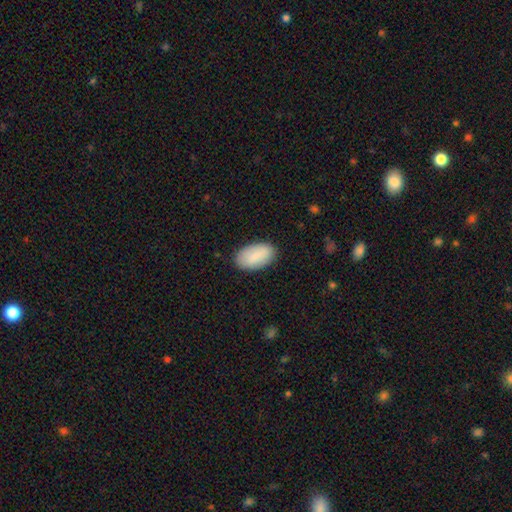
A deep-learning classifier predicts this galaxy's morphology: Q: Smooth or featured?
A: smooth (86%); runner-up: featured or disk (8%)
Q: How rounded?
A: in between (95%); runner-up: round (4%)
Q: Merging?
A: none (86%); runner-up: minor disturbance (11%)